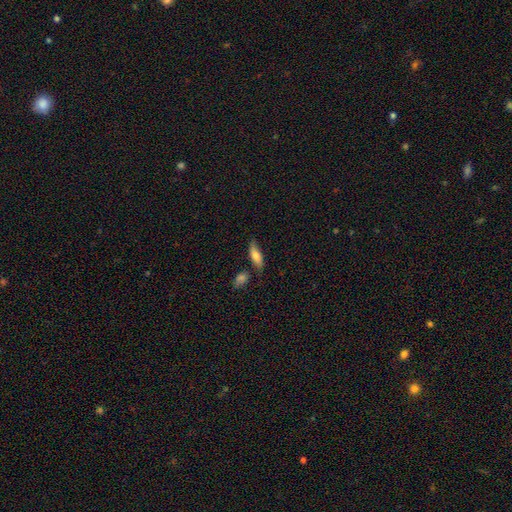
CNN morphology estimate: A smooth galaxy with no disk features (72%) that is in between round and cigar-shaped (64%). Merging: none (64%).